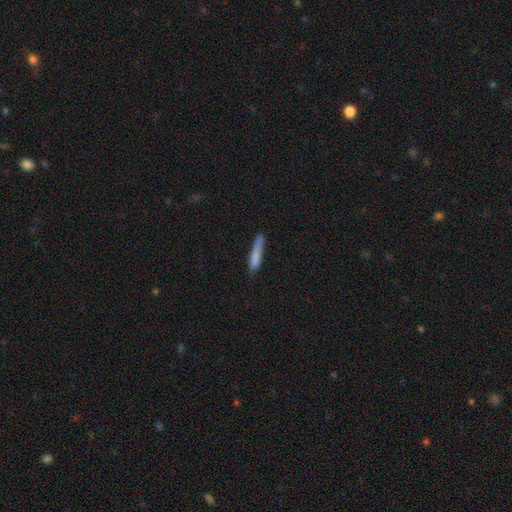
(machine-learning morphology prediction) Smooth or featured? smooth (79%)
How rounded? cigar-shaped (90%)
Merging? none (69%)